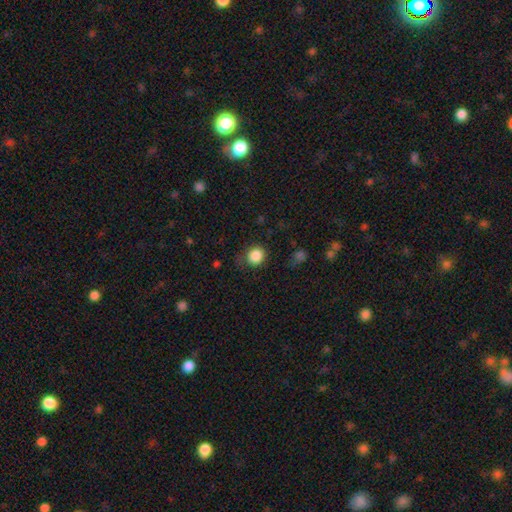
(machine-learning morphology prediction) Overall: smooth (86%). How rounded: round (80%). Merging: none (74%).